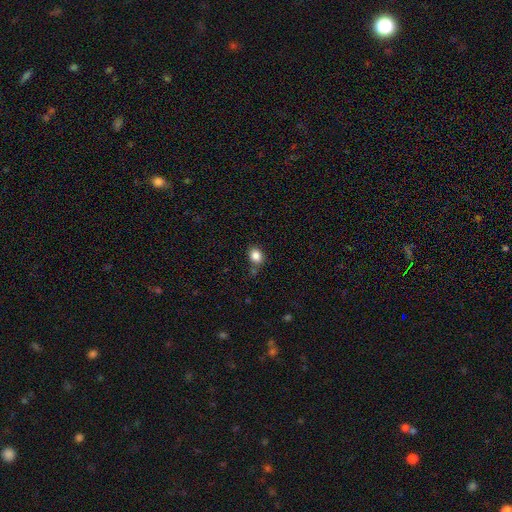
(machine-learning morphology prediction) Smooth or featured? Predicted: smooth (p=0.85). How rounded? Predicted: round (p=0.51). Merging? Predicted: none (p=0.73).